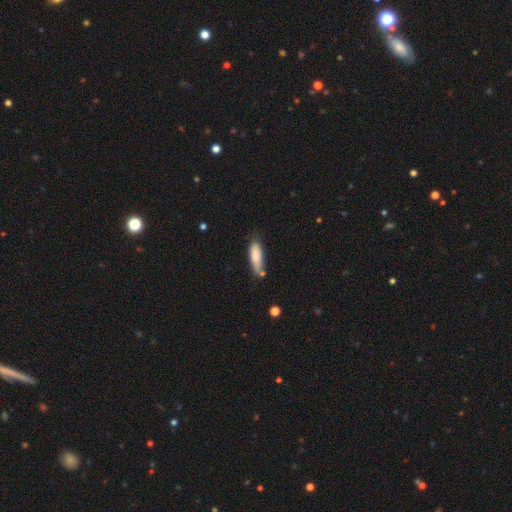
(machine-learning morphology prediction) Smooth or featured? smooth (82%)
How rounded? in between (49%, tied with cigar-shaped)
Merging? none (56%)